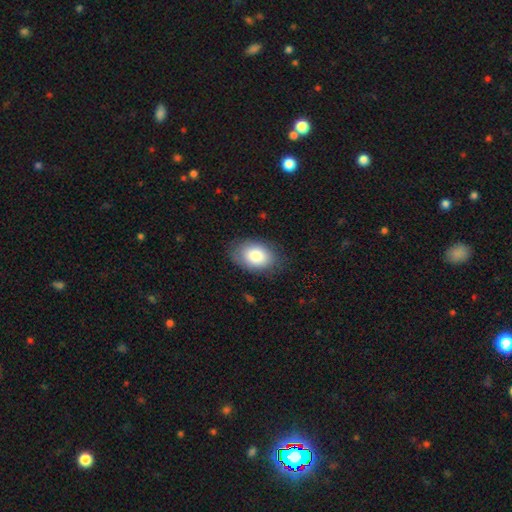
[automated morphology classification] smooth-or-featured: smooth: 81% | featured or disk: 12% | star or artifact: 7%
  how-rounded: in between: 86% | round: 13% | cigar-shaped: 1%
  merging: none: 78% | minor disturbance: 16% | major disturbance: 5% | merger: 1%